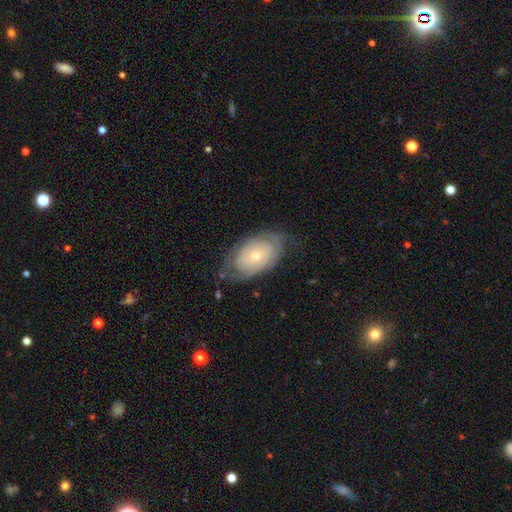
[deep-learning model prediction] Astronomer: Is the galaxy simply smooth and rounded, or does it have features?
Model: featured or disk — 60%.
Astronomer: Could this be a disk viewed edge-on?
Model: no — 94%.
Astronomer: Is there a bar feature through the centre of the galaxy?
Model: no — 79%.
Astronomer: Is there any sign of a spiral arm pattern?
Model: yes — 73%.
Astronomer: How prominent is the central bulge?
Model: small — 50% (runner-up: moderate, 45%).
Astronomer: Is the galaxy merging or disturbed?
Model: none — 65%.